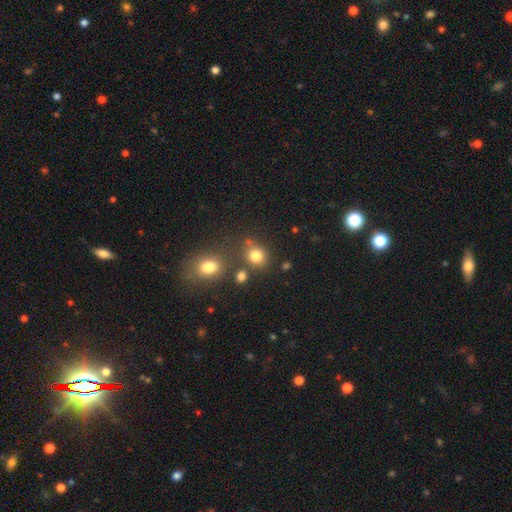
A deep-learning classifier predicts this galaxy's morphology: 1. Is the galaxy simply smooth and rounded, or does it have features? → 80% smooth, 14% star or artifact, 6% featured or disk.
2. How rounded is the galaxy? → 74% round, 25% in between, 1% cigar-shaped.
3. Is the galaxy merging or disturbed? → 72% none, 14% merger, 10% minor disturbance, 4% major disturbance.